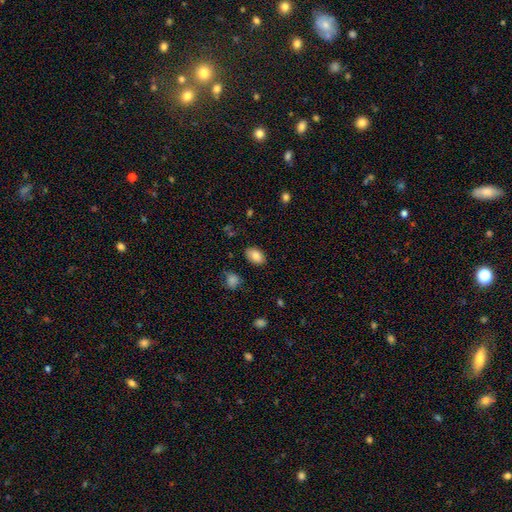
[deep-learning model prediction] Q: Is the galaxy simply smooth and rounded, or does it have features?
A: smooth — 86%.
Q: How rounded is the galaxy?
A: in between — 90%.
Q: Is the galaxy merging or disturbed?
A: none — 85%.